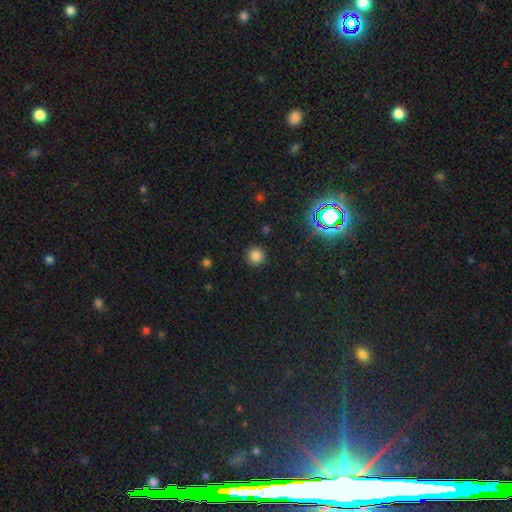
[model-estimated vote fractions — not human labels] A smooth galaxy with no disk features (80%) that is round (95%). Merging: none (91%).